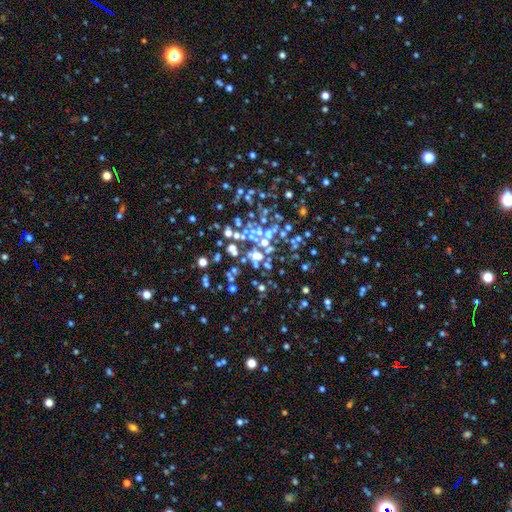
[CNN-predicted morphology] A star or artifact, not a galaxy (49%).

Vote fractions:
- Smooth or featured? star or artifact: 49% / smooth: 30% / featured or disk: 21%